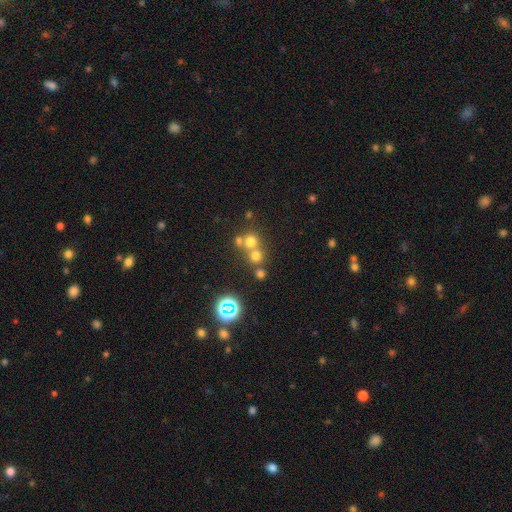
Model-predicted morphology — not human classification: Overall: smooth (62%; star or artifact 27%). How rounded: round (89%). Merging: none (53%; merger 38%).